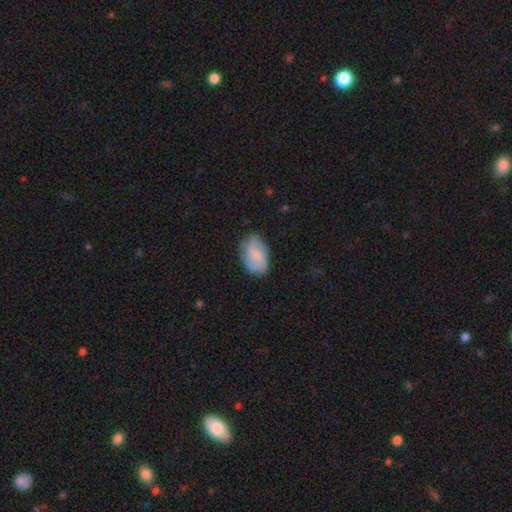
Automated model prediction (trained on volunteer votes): A smooth galaxy with no disk features (63%) that is in between round and cigar-shaped (90%). Merging: none (73%).